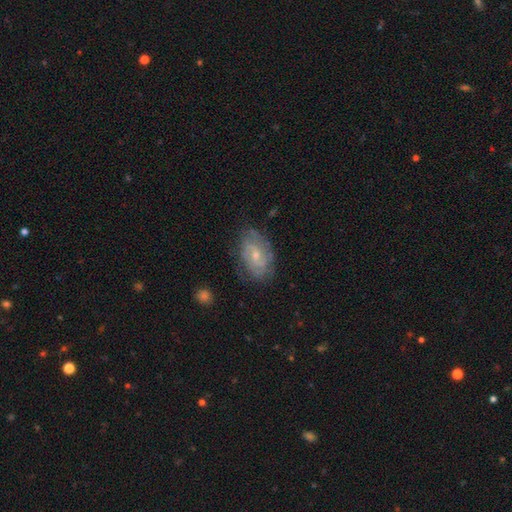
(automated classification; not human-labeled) This is likely a featured or disk galaxy (68%). It is clearly not viewed edge-on (96%). Bar: possibly no (56%). Spiral arm pattern: clearly yes (80%). Spiral arm count: marginally can't tell (43%). Spiral winding: possibly tight (50%). Central bulge: likely small (60%). Merging: likely none (71%).